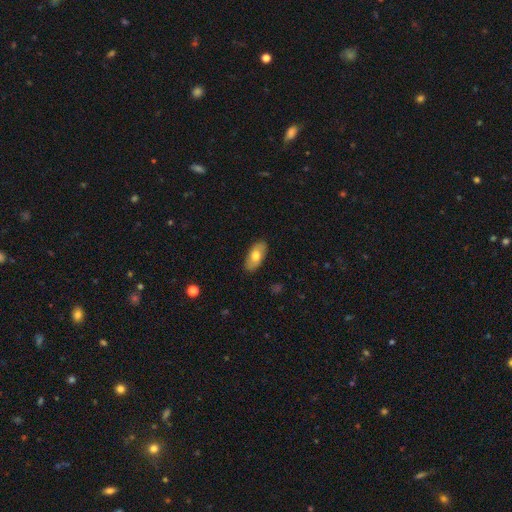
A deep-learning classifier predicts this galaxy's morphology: This is likely a smooth galaxy (71%). How rounded: clearly in between (92%). Merging: clearly none (87%).